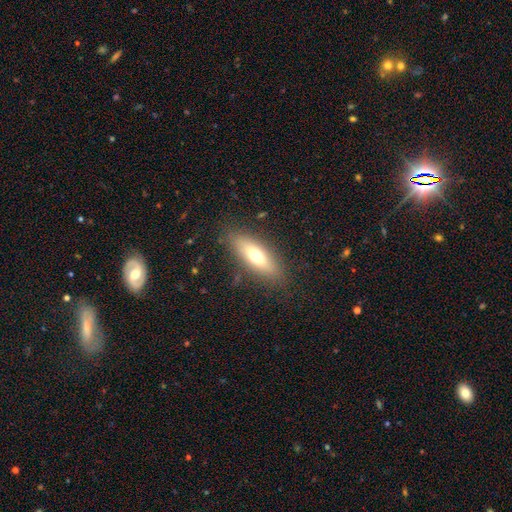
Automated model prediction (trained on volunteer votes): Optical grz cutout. It shows a smooth galaxy with no disk features (63%) that is in between round and cigar-shaped (56%). Merging: none (84%).